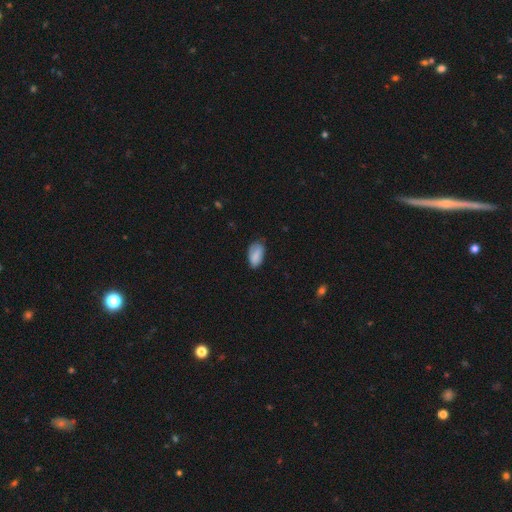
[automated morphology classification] smooth_or_featured: smooth (p=0.82) [alt: featured or disk p=0.10]
how_rounded: in between (p=0.93) [alt: round p=0.04]
merging: none (p=0.64) [alt: minor disturbance p=0.29]